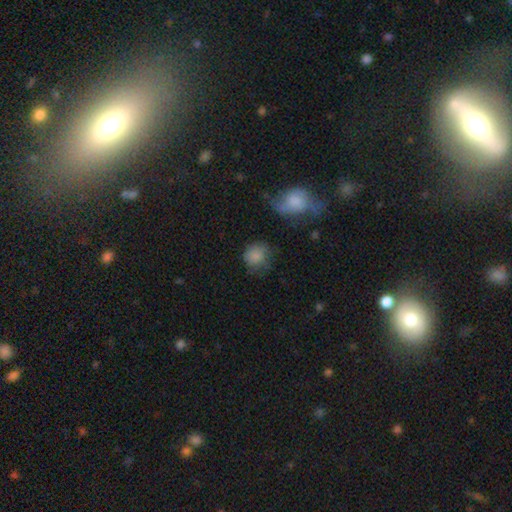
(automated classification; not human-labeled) Morphology: type=smooth (81%); roundness=round (78%); merging=none (58%).